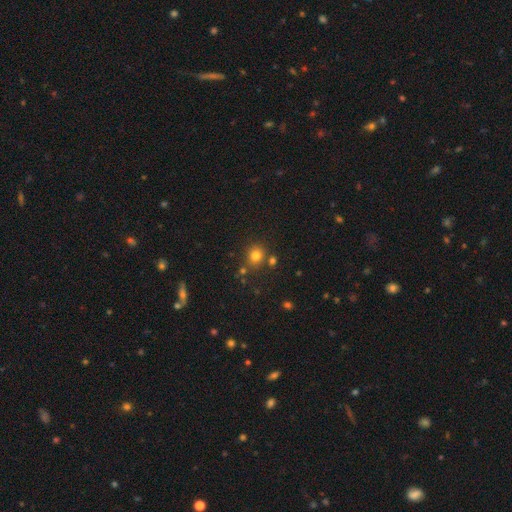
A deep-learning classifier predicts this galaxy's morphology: smooth_or_featured: smooth (p=0.78) [alt: star or artifact p=0.15]
how_rounded: round (p=0.81) [alt: in between p=0.18]
merging: none (p=0.77) [alt: minor disturbance p=0.10]